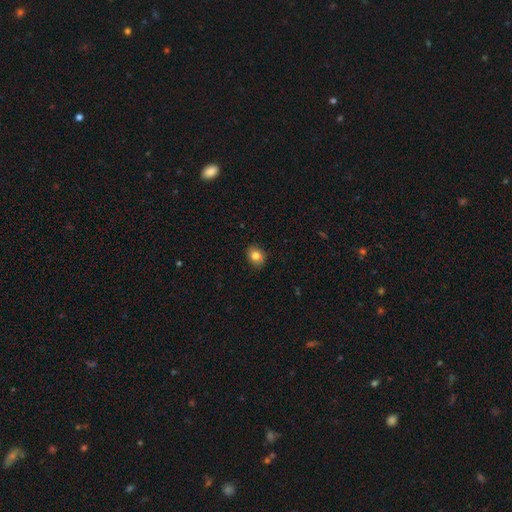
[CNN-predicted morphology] smooth_or_featured: smooth (p=0.82) [alt: star or artifact p=0.10]
how_rounded: round (p=0.51) [alt: in between p=0.48]
merging: none (p=0.87) [alt: minor disturbance p=0.10]